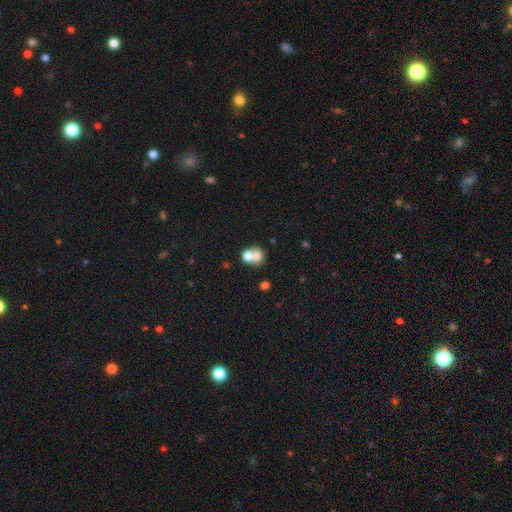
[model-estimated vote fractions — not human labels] The model was most divided on "merging": merger: 62%, none: 29%, minor disturbance: 6%, major disturbance: 3%. More confident: how rounded — round (73%); smooth or featured — smooth (69%).